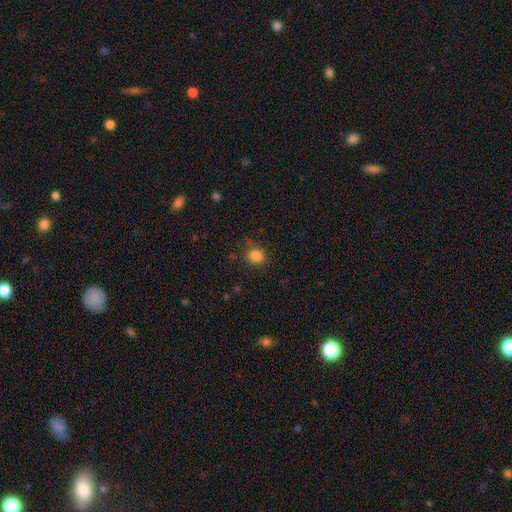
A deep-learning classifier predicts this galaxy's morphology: A smooth galaxy with no disk features (84%) that is round (84%). Merging: none (82%).